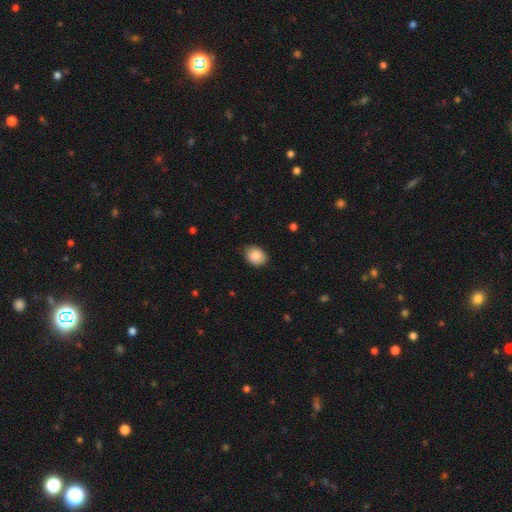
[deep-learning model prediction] Smooth or featured?
  - smooth: 85% *
  - star or artifact: 8%
  - featured or disk: 7%
How rounded?
  - in between: 63% *
  - round: 36%
  - cigar-shaped: 1%
Merging?
  - none: 82% *
  - minor disturbance: 14%
  - major disturbance: 2%
  - merger: 1%